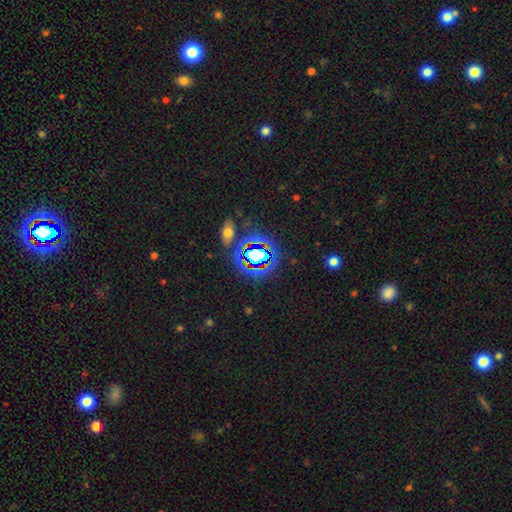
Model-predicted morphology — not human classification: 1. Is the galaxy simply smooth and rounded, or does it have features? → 69% star or artifact, 19% smooth, 12% featured or disk.